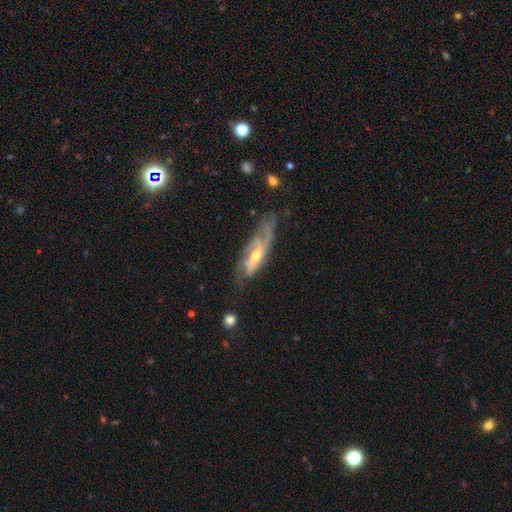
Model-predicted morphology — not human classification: This appears to be a featured or disk galaxy (77%) with no bar (53%), spiral arms (85%) and a moderate central bulge (59%). Merging: none (51%).